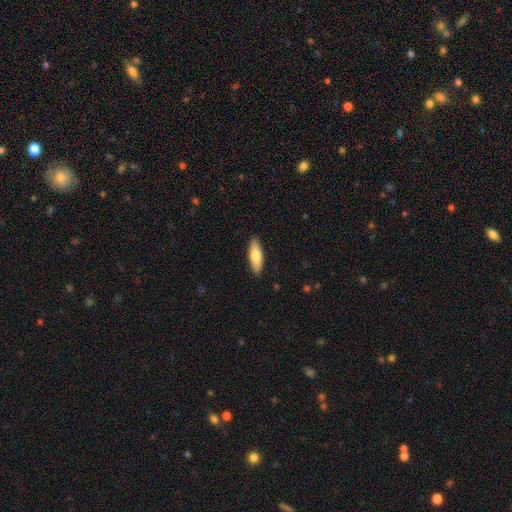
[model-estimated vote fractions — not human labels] Overall: smooth (80%). How rounded: in between (52%; cigar-shaped 46%). Merging: none (89%).